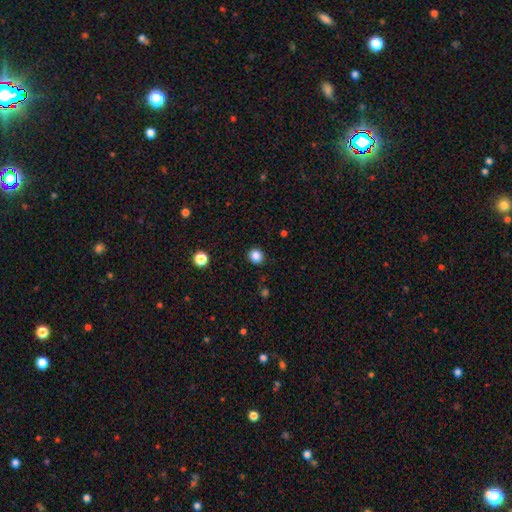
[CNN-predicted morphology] Smooth or featured? smooth (85%)
How rounded? round (89%)
Merging? none (91%)